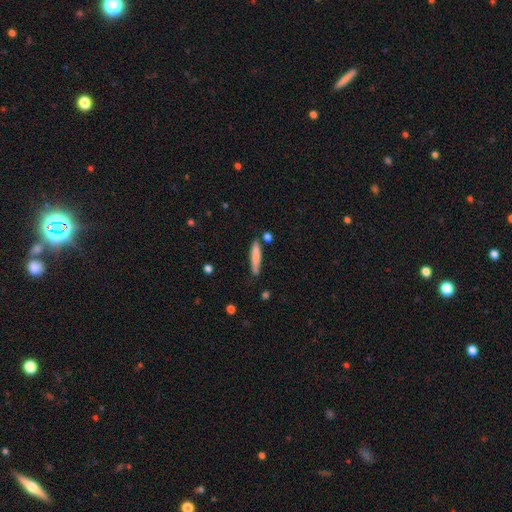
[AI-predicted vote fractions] A smooth galaxy with no disk features (78%) that is cigar-shaped (90%).

Vote fractions:
- Smooth or featured? smooth: 78% / featured or disk: 16% / star or artifact: 6%
- How rounded? cigar-shaped: 90% / in between: 8% / round: 1%
- Merging? none: 76% / minor disturbance: 16% / merger: 5% / major disturbance: 3%